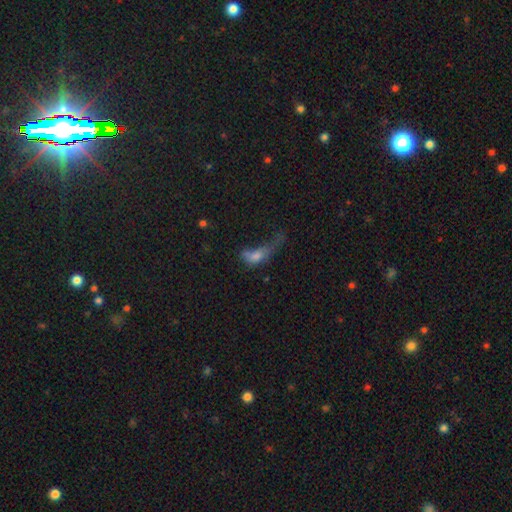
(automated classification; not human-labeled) Smooth or featured?
  - smooth: 59% *
  - featured or disk: 27%
  - star or artifact: 14%
How rounded?
  - in between: 72% *
  - cigar-shaped: 17%
  - round: 11%
Merging?
  - major disturbance: 60% *
  - minor disturbance: 14%
  - none: 13%
  - merger: 13%